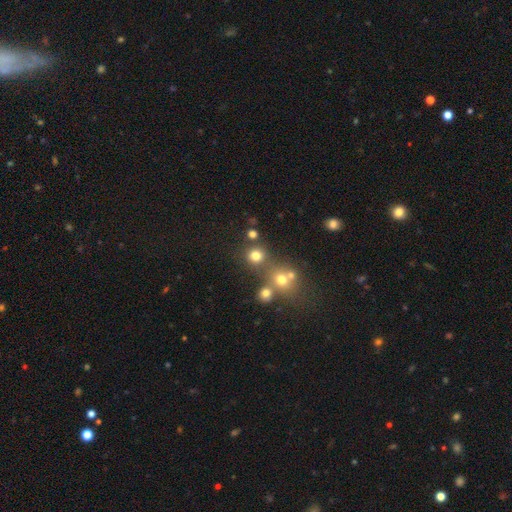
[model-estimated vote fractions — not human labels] Smooth or featured? Predicted: smooth (p=0.75). How rounded? Predicted: round (p=0.89). Merging? Predicted: none (p=0.69).